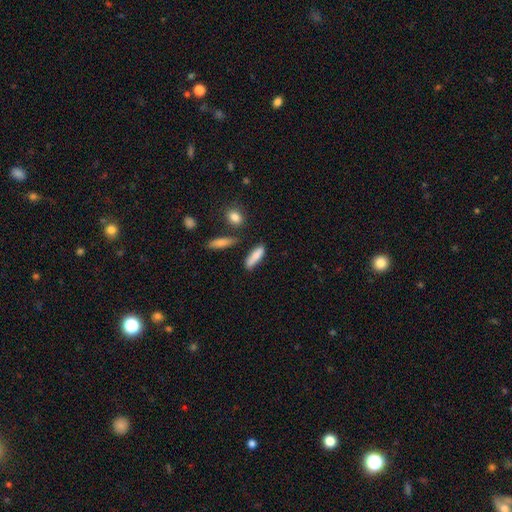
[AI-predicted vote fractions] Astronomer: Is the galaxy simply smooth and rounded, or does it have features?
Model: smooth — 80%.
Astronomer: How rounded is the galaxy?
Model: cigar-shaped — 58% (runner-up: in between, 40%).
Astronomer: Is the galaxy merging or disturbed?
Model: none — 71%.